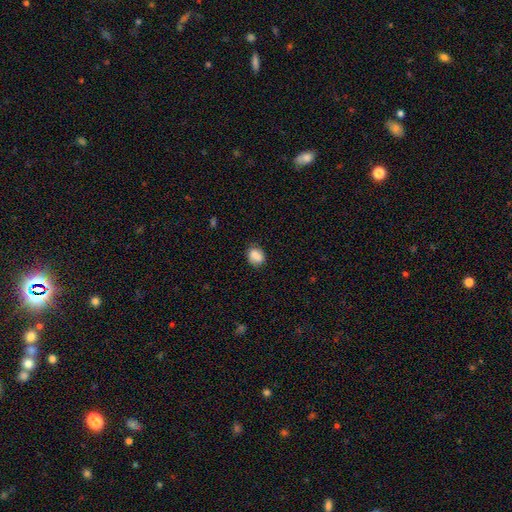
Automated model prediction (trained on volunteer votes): Q: Smooth or featured?
A: smooth (86%); runner-up: star or artifact (8%)
Q: How rounded?
A: in between (52%); runner-up: round (47%)
Q: Merging?
A: none (79%); runner-up: minor disturbance (16%)